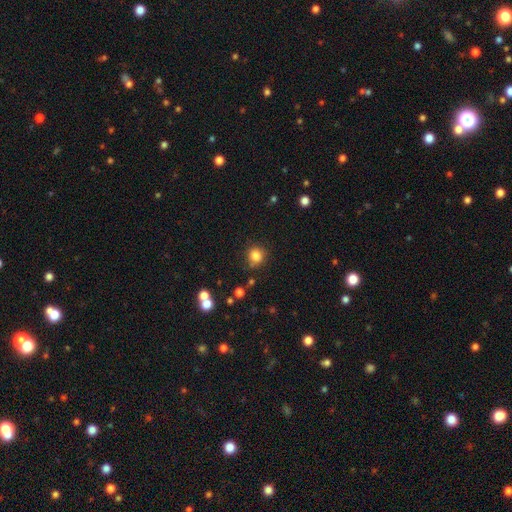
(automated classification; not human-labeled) This is clearly a smooth galaxy (83%). How rounded: clearly round (90%). Merging: clearly none (81%).